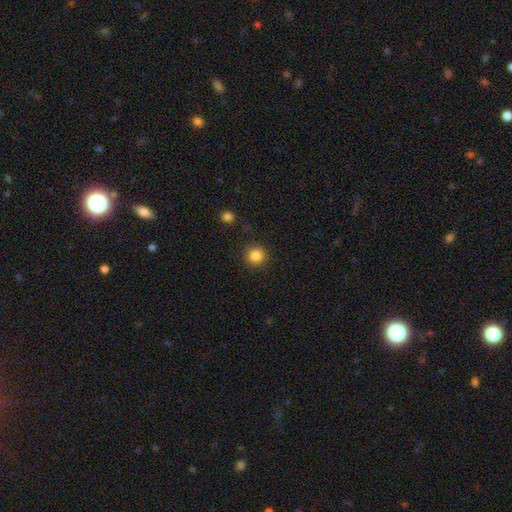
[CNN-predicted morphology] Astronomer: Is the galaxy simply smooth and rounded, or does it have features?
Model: smooth — 85%.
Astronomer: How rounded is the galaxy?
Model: round — 93%.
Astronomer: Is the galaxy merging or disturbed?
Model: none — 90%.